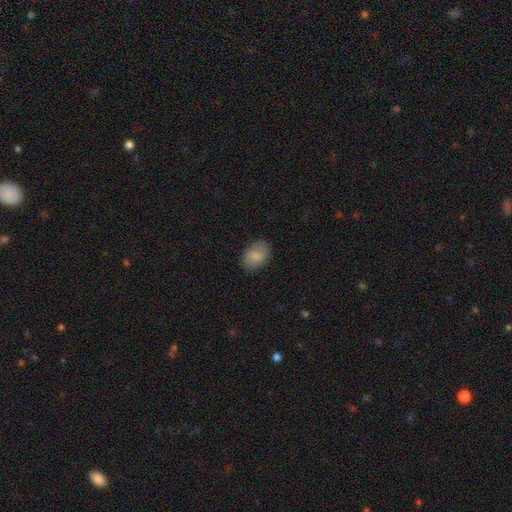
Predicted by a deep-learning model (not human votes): Morphology: type=smooth (82%); roundness=in between (82%); merging=none (82%).